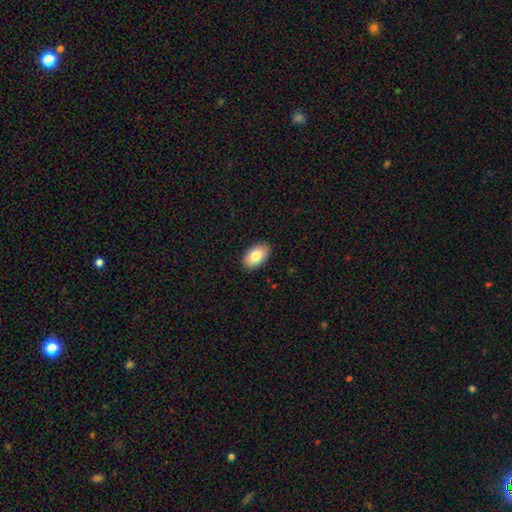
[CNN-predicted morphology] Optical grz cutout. It shows a smooth galaxy with no disk features (83%) that is in between round and cigar-shaped (93%). Merging: none (89%).